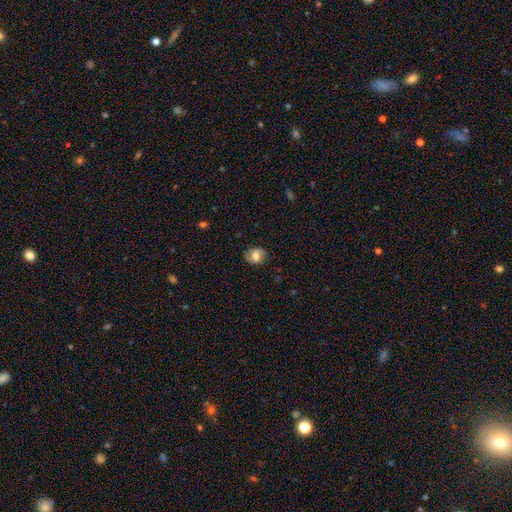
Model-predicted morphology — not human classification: This appears to be a smooth galaxy with no disk features (55%) that is round (50%). Merging: none (79%).